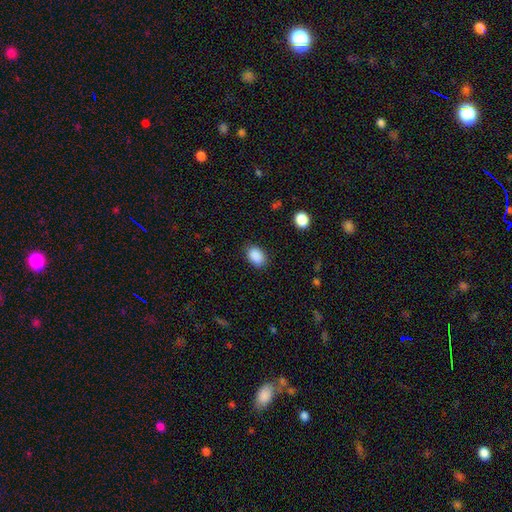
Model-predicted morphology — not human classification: This is clearly a smooth galaxy (89%). How rounded: likely in between (79%). Merging: clearly none (86%).